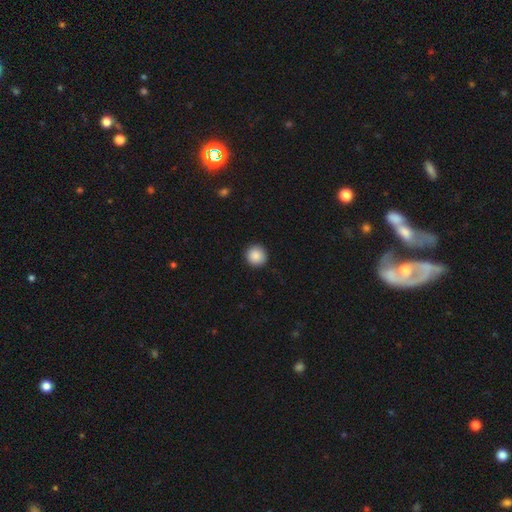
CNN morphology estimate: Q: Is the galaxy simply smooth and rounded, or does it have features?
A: smooth — 88%.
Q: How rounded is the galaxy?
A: round — 94%.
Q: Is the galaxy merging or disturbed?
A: none — 92%.